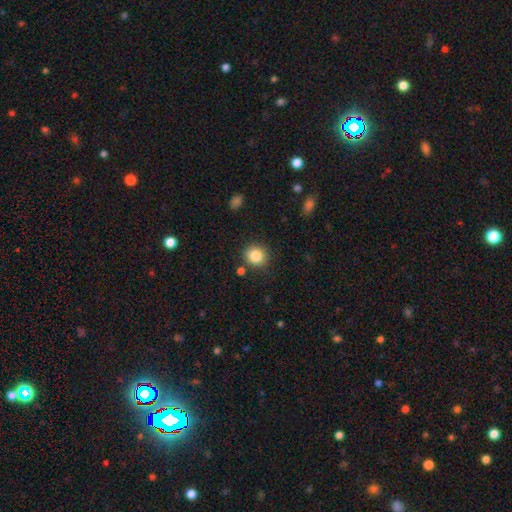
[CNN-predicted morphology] smooth-or-featured: smooth: 84% | star or artifact: 10% | featured or disk: 6%
  how-rounded: round: 87% | in between: 12% | cigar-shaped: 1%
  merging: none: 86% | minor disturbance: 8% | merger: 3% | major disturbance: 3%